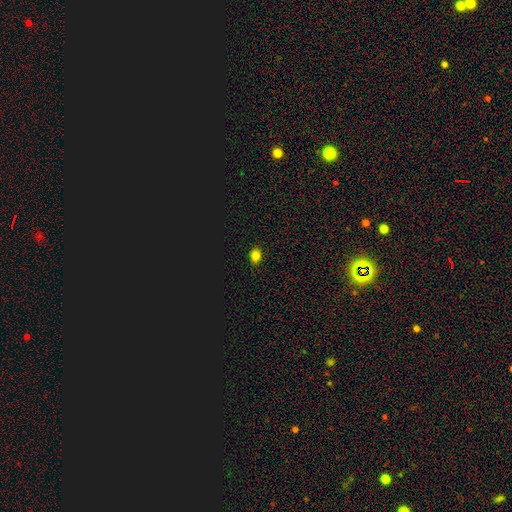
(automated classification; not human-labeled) This is likely a smooth galaxy (77%). How rounded: likely in between (68%). Merging: clearly none (88%).